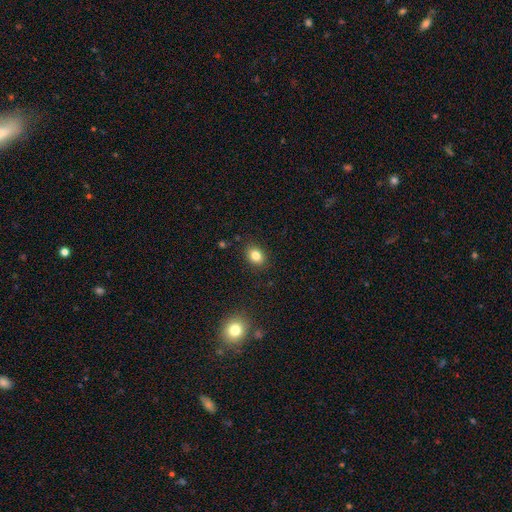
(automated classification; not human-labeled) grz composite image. It shows a smooth galaxy with no disk features (82%) that is in between round and cigar-shaped (55%). Merging: none (87%).